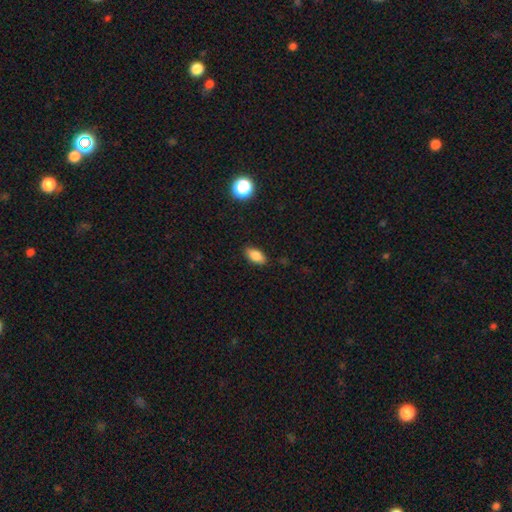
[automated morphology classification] Q: Smooth or featured?
A: smooth (83%); runner-up: star or artifact (9%)
Q: How rounded?
A: in between (88%); runner-up: cigar-shaped (7%)
Q: Merging?
A: none (87%); runner-up: minor disturbance (10%)